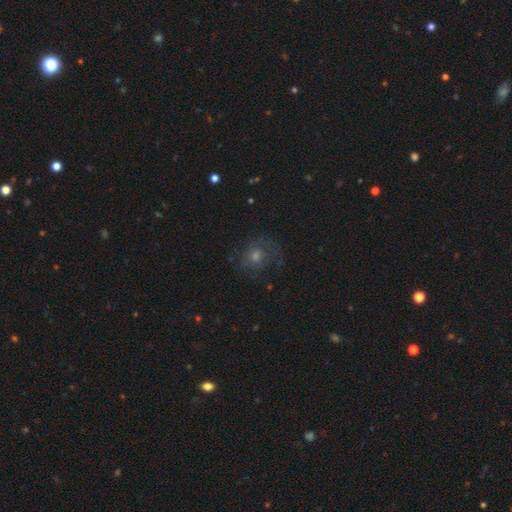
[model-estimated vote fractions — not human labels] The model was most divided on "smooth or featured": smooth: 39%, featured or disk: 35%, star or artifact: 25%. More confident: merging — none (70%).